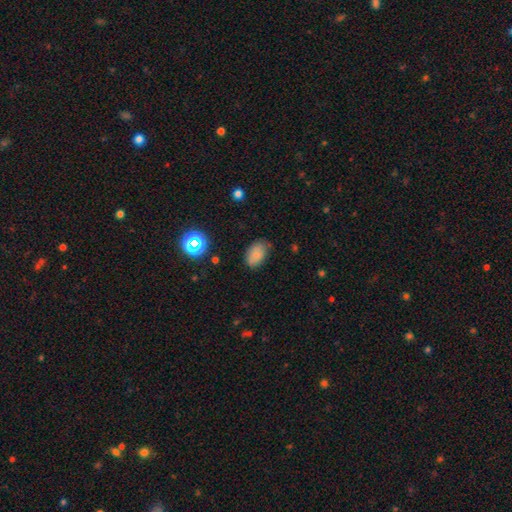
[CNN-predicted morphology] type=smooth (76%); roundness=in between (88%); merging=none (71%).